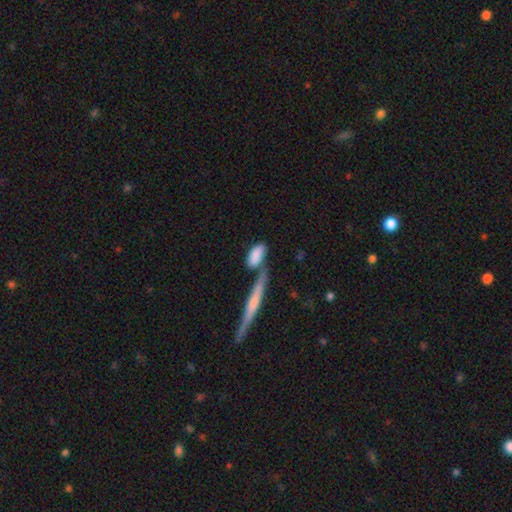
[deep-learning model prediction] smooth-or-featured: smooth: 81% | featured or disk: 13% | star or artifact: 6%
  how-rounded: in between: 76% | cigar-shaped: 20% | round: 4%
  merging: none: 47% | merger: 30% | minor disturbance: 17% | major disturbance: 7%